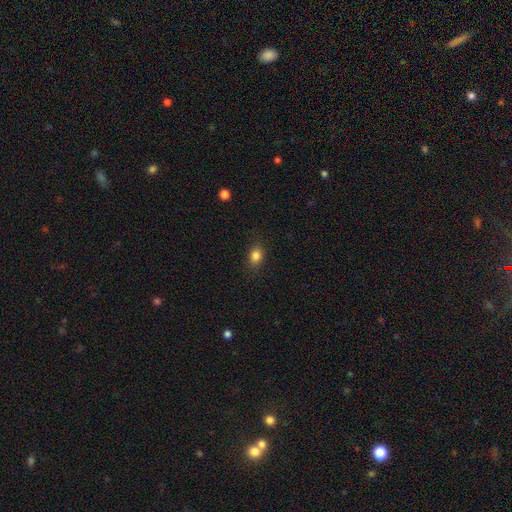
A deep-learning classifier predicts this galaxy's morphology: smooth-or-featured: smooth: 84% | star or artifact: 10% | featured or disk: 5%
  how-rounded: in between: 62% | round: 36% | cigar-shaped: 1%
  merging: none: 86% | minor disturbance: 10% | major disturbance: 3% | merger: 1%